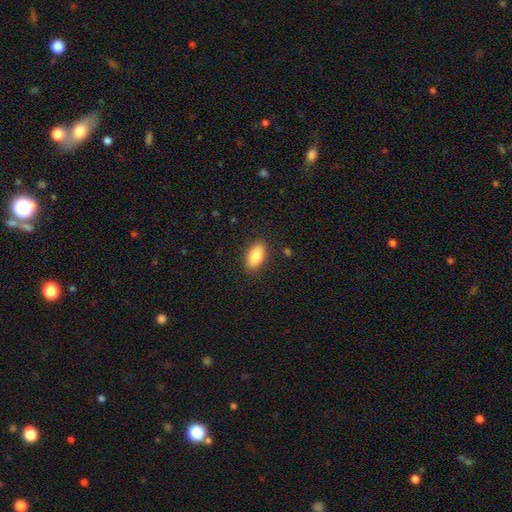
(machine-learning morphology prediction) Overall: smooth (86%). How rounded: in between (91%). Merging: none (87%).